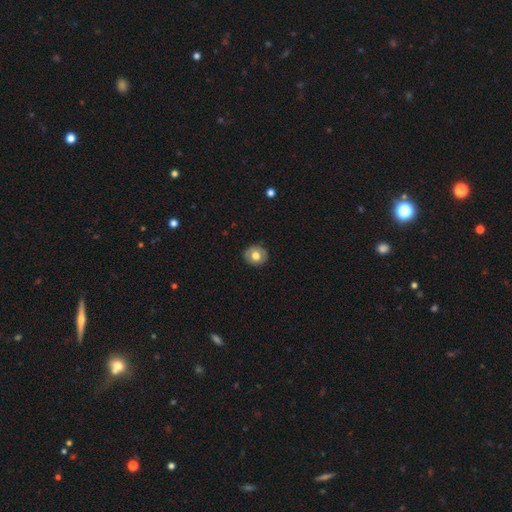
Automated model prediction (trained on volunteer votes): A smooth galaxy with no disk features (66%) that is round (82%). Merging: none (87%).